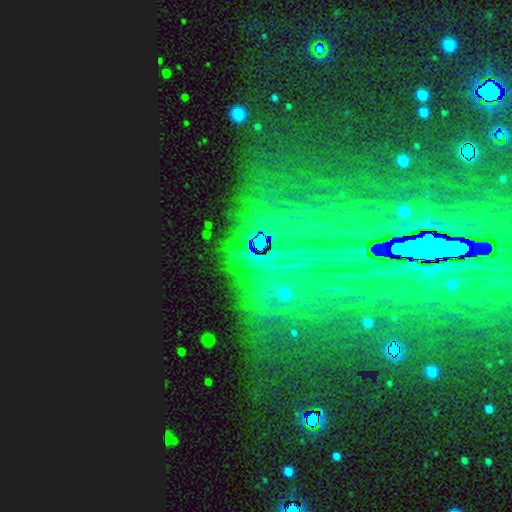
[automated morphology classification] This appears to be a star or artifact, not a galaxy (74%).